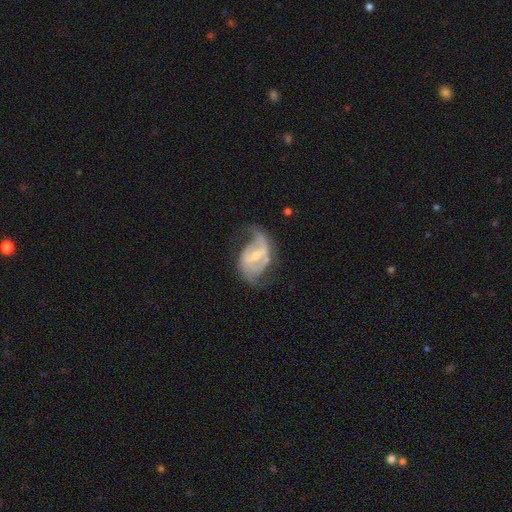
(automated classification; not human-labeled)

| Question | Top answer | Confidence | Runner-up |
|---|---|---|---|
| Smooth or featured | featured or disk | 83% | smooth (12%) |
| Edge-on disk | no | 97% | yes (3%) |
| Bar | weak | 48% | strong (35%) |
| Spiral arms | yes | 89% | no (11%) |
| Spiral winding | medium | 43% | loose (39%) |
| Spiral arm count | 2 | 75% | 1 (10%) |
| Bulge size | small | 48% | moderate (44%) |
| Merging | none | 49% | major disturbance (24%) |